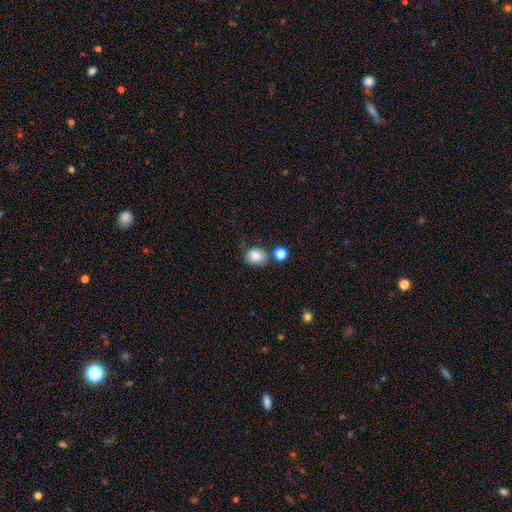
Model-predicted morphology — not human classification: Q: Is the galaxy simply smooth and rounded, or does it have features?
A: smooth — 80%.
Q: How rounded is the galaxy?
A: round — 50%.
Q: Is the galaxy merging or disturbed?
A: none — 64%.